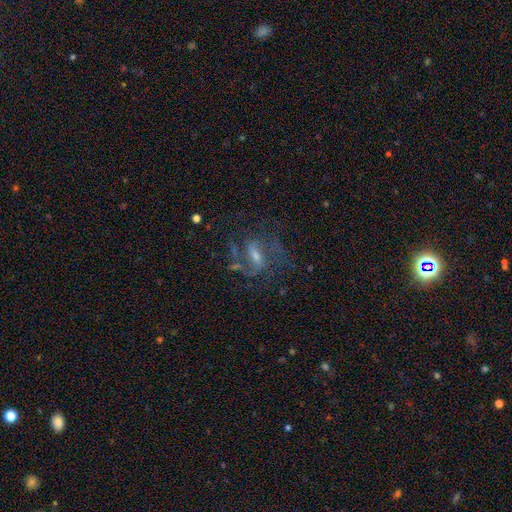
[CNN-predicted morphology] smooth-or-featured: featured or disk: 74% | smooth: 14% | star or artifact: 13%
  disk-edge-on: no: 93% | yes: 7%
    bar: weak: 46% | strong: 30% | no: 23%
    has-spiral-arms: yes: 84% | no: 16%
      spiral-winding: medium: 47% | loose: 32% | tight: 21%
      spiral-arm-count: 2: 55% | can't tell: 23% | 3: 8% | 1: 8% | 4: 3% | more than 4: 3%
    bulge-size: moderate: 43% | small: 42% | none: 8% | large: 5% | dominant: 1%
  merging: none: 53% | major disturbance: 24% | minor disturbance: 17% | merger: 5%